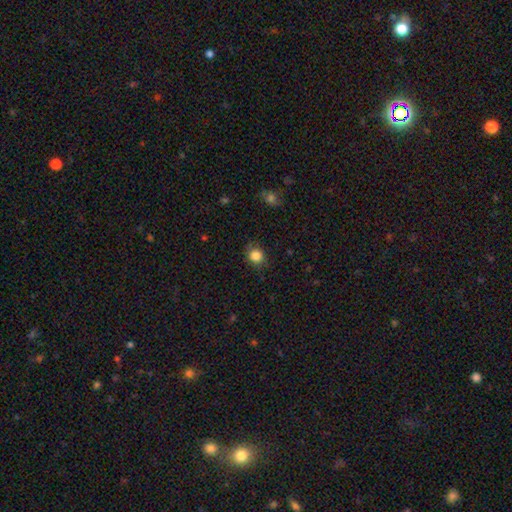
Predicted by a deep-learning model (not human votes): A smooth galaxy with no disk features (85%) that is round (81%). Merging: none (82%).